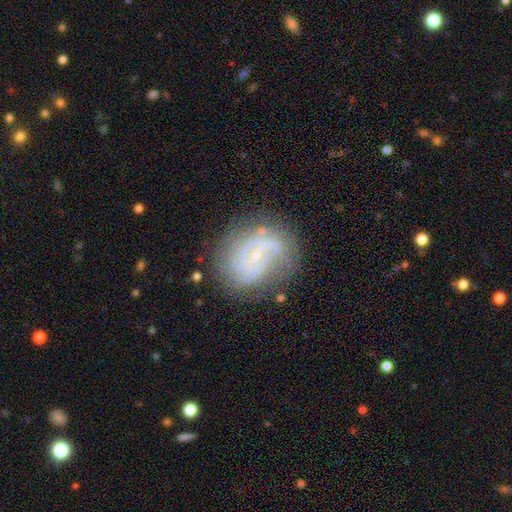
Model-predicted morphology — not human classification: Smooth or featured? featured or disk (78%)
Edge-on disk? no (97%)
Bar? no (47%)
Spiral arms? yes (91%)
Spiral winding? tight (41%)
Spiral arm count? 2 (39%)
Bulge size? small (82%)
Merging? none (70%)